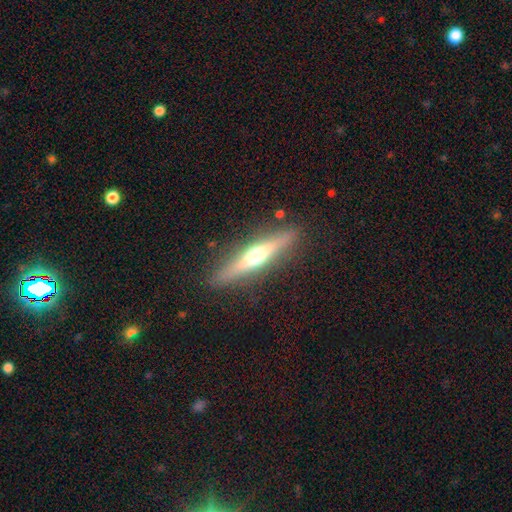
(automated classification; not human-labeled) A featured or disk galaxy (62%) viewed edge-on (93%) with a rounded central bulge (91%). Merging: none (88%).